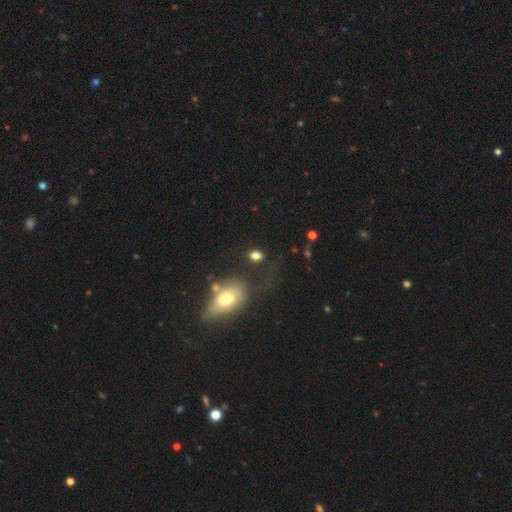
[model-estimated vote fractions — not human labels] Smooth or featured? smooth (79%)
How rounded? in between (70%)
Merging? none (67%)